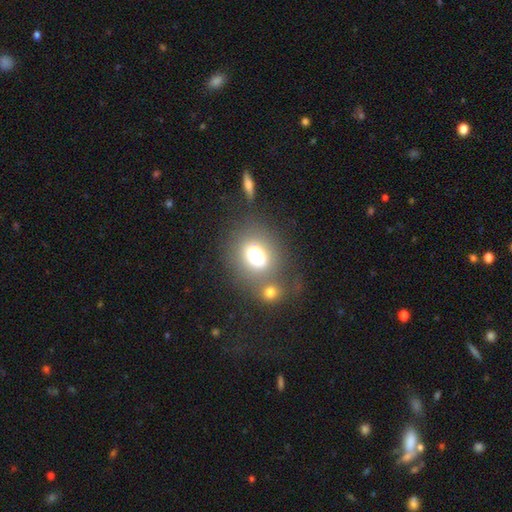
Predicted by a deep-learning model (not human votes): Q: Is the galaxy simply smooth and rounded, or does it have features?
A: smooth — 72%.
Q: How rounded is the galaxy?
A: in between — 50%.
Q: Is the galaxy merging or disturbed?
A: none — 49%.